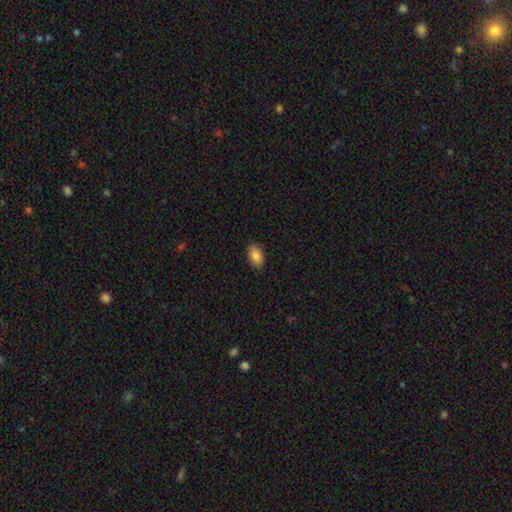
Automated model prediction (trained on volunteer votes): Smooth or featured? smooth (85%)
How rounded? in between (91%)
Merging? none (88%)